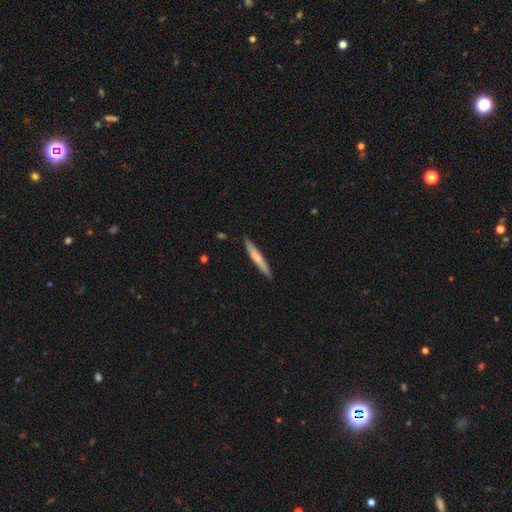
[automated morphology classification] Overall: smooth (54%; featured or disk 40%). How rounded: cigar-shaped (96%). Merging: none (91%).